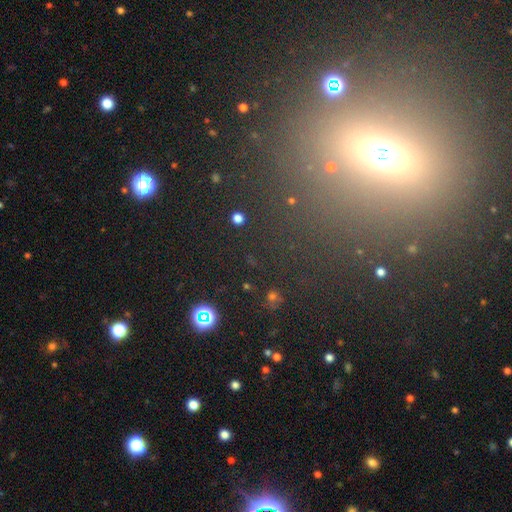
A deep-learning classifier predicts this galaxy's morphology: Smooth or featured?
  - star or artifact: 51% *
  - smooth: 33%
  - featured or disk: 15%